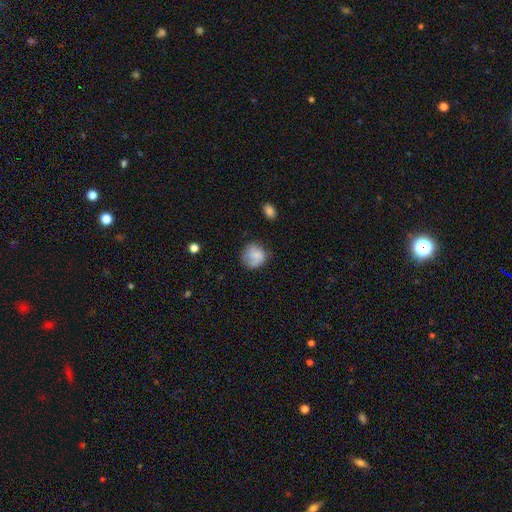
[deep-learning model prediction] The model was most divided on "merging": none: 64%, minor disturbance: 23%, major disturbance: 10%, merger: 2%. More confident: how rounded — round (82%); smooth or featured — smooth (74%).